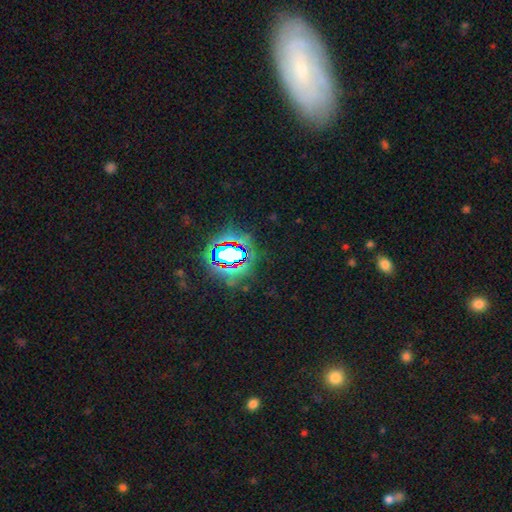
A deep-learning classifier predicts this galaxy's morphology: Q: Smooth or featured?
A: star or artifact (61%); runner-up: smooth (20%)